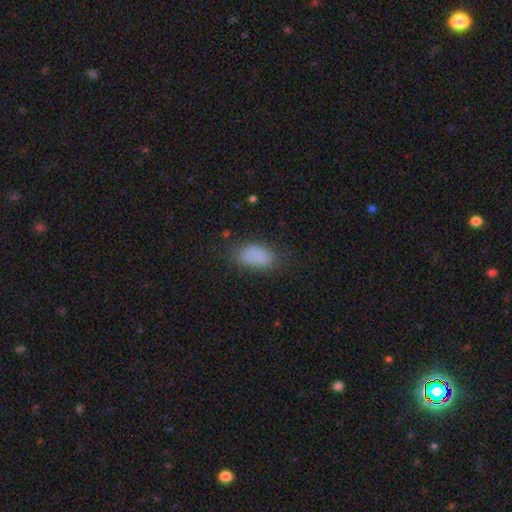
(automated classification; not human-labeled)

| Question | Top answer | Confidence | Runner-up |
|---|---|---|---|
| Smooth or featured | smooth | 83% | star or artifact (10%) |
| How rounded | in between | 92% | round (5%) |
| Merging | none | 68% | minor disturbance (21%) |